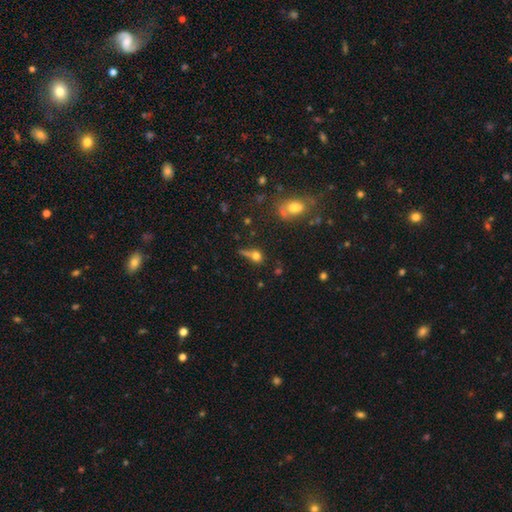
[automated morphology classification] type=smooth (68%); roundness=round (62%); merging=none (44%).